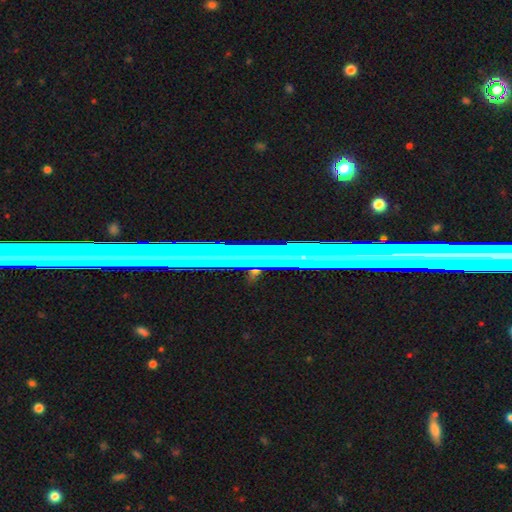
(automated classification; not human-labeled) Smooth or featured? Predicted: star or artifact (p=0.49).